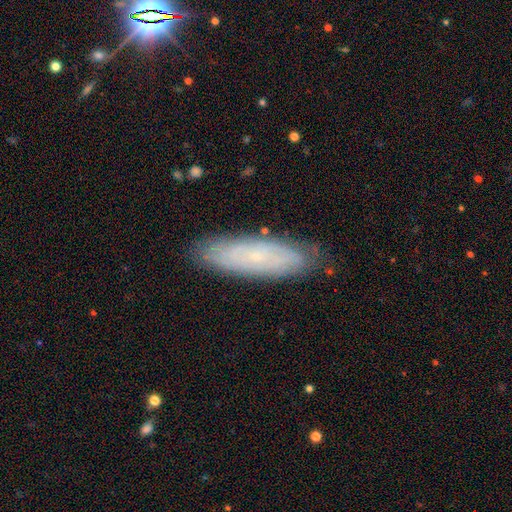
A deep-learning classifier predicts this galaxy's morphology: type=featured or disk (57%); edge-on=no (76%); merging=none (82%).